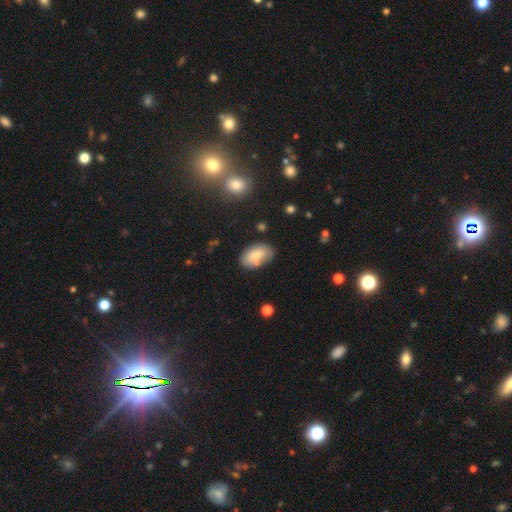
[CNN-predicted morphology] smooth 76%, featured or disk 16%, star or artifact 7%. Down the decision tree: how rounded — in between (94%); merging — none (69%).